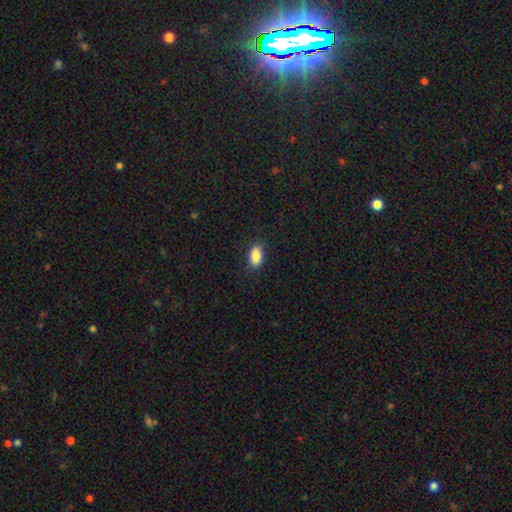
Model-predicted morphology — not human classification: Smooth or featured: smooth — 88% (star or artifact — 8%)
How rounded: in between — 91% (round — 6%)
Merging: none — 85% (minor disturbance — 11%)